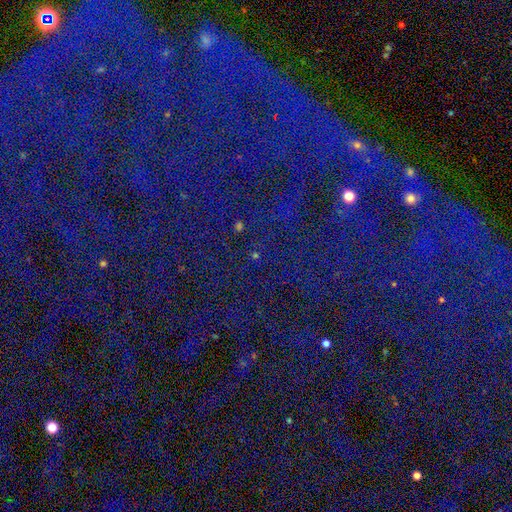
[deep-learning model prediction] Smooth or featured: star or artifact — 77% (smooth — 15%)